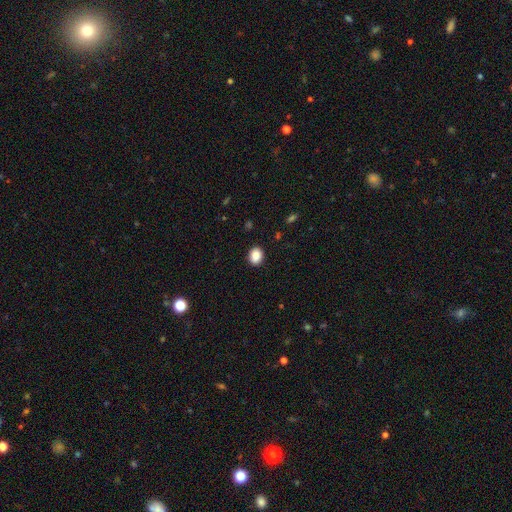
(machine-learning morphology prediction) Overall: smooth (88%). How rounded: in between (54%; round 45%). Merging: none (90%).